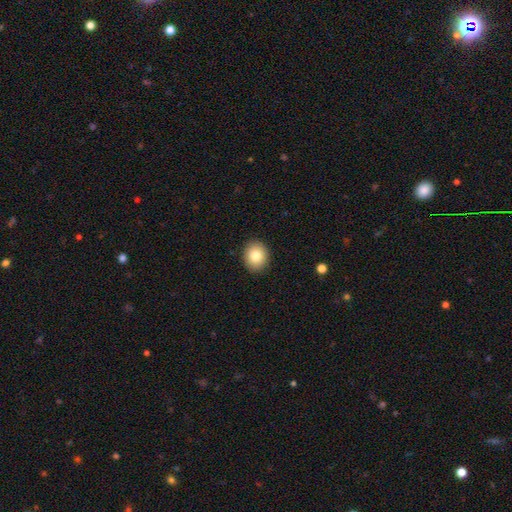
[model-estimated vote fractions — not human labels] smooth_or_featured: smooth (p=0.82) [alt: star or artifact p=0.09]
how_rounded: round (p=0.67) [alt: in between p=0.32]
merging: none (p=0.91) [alt: minor disturbance p=0.06]